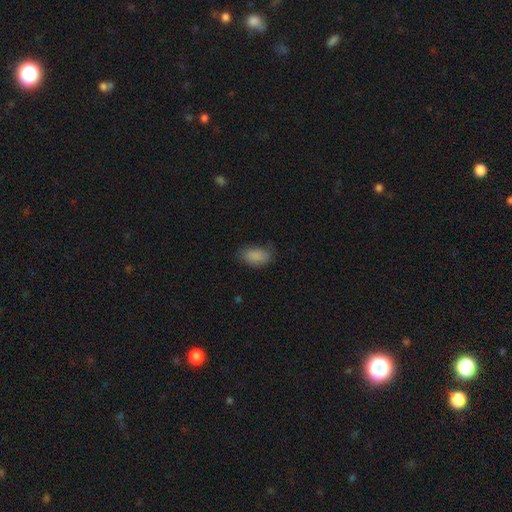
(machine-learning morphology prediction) smooth-or-featured: smooth: 86% | star or artifact: 8% | featured or disk: 6%
  how-rounded: in between: 91% | round: 7% | cigar-shaped: 2%
  merging: none: 69% | minor disturbance: 24% | major disturbance: 6% | merger: 1%